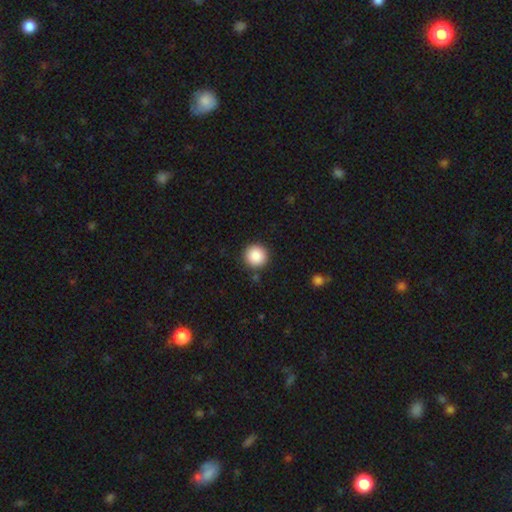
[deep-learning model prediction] Smooth or featured? smooth (88%)
How rounded? round (95%)
Merging? none (90%)